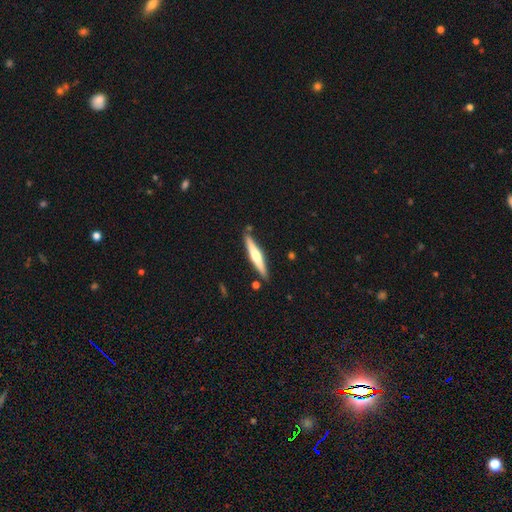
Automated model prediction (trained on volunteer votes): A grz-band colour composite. It shows a featured or disk galaxy (61%) viewed edge-on (97%) with a rounded central bulge (85%). Merging: none (86%).